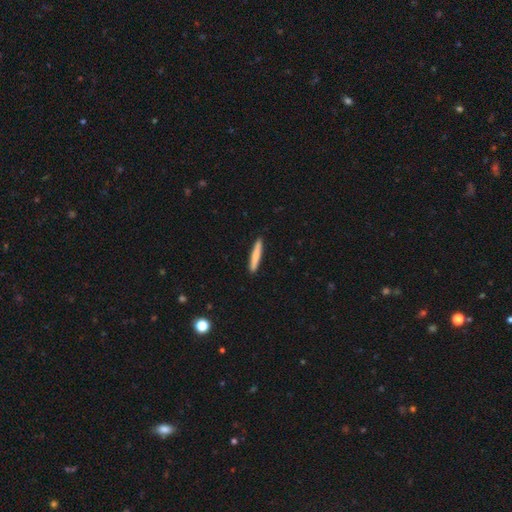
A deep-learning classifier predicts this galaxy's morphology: The model was most divided on "smooth or featured": smooth: 79%, featured or disk: 16%, star or artifact: 5%. More confident: how rounded — cigar-shaped (95%); merging — none (92%).